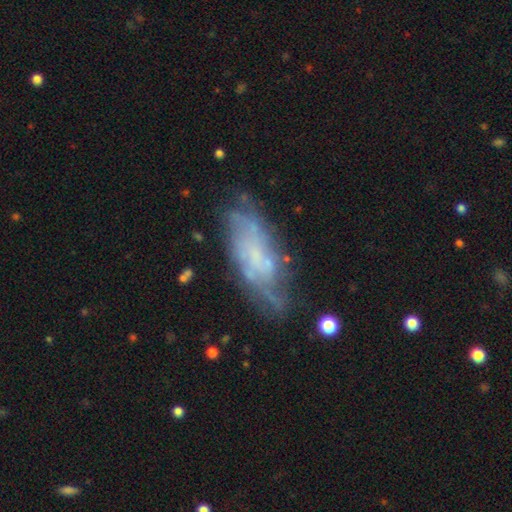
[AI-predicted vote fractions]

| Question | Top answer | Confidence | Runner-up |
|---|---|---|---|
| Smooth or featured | featured or disk | 63% | smooth (28%) |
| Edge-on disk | no | 84% | yes (16%) |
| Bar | no | 74% | weak (21%) |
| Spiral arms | yes | 63% | no (37%) |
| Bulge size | none | 56% | small (29%) |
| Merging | none | 60% | minor disturbance (23%) |